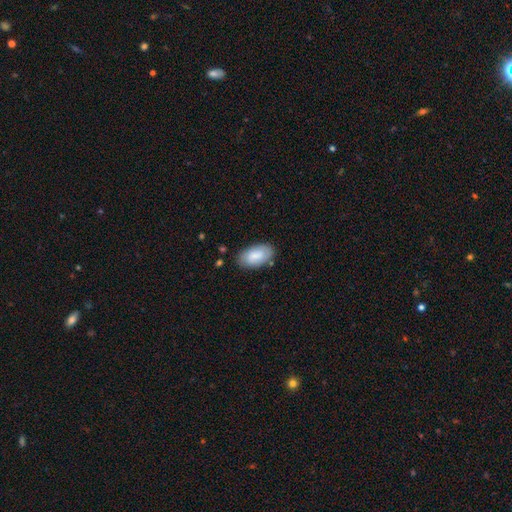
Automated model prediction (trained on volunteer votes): Smooth or featured? smooth (81%)
How rounded? in between (95%)
Merging? none (80%)